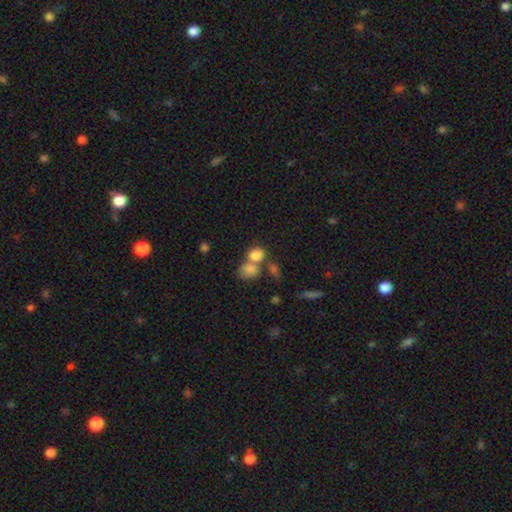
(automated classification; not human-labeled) This is clearly a smooth galaxy (81%). How rounded: possibly round (56%). Merging: possibly merger (47%).